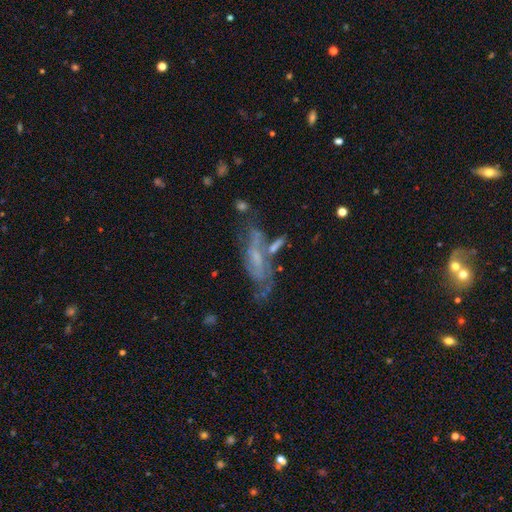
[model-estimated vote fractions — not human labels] This is likely a featured or disk galaxy (62%). It is likely not viewed edge-on (73%). Merging: possibly none (55%).